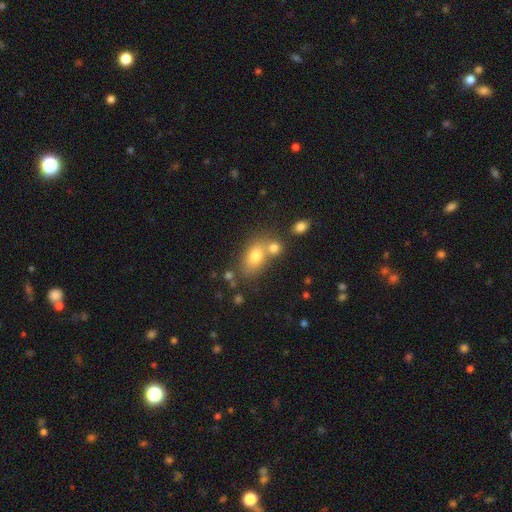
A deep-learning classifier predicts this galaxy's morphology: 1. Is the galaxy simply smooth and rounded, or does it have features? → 76% smooth, 13% featured or disk, 11% star or artifact.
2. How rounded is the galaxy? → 81% in between, 16% round, 3% cigar-shaped.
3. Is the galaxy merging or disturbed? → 48% none, 34% merger, 12% minor disturbance, 5% major disturbance.